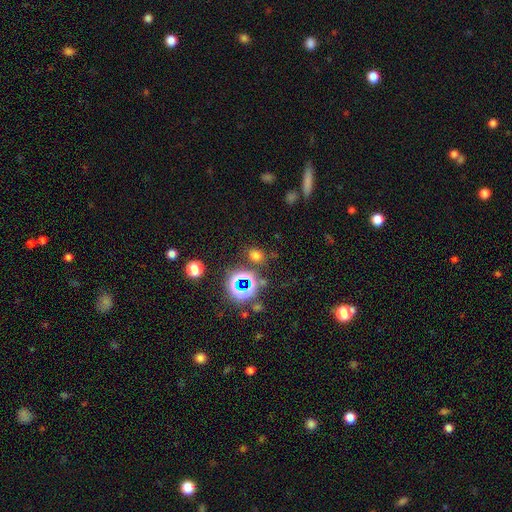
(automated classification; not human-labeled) A smooth galaxy with no disk features (61%) that is in between round and cigar-shaped (51%).

Vote fractions:
- Smooth or featured? smooth: 61% / star or artifact: 32% / featured or disk: 7%
- How rounded? in between: 51% / round: 47% / cigar-shaped: 2%
- Merging? none: 77% / minor disturbance: 11% / merger: 6% / major disturbance: 5%